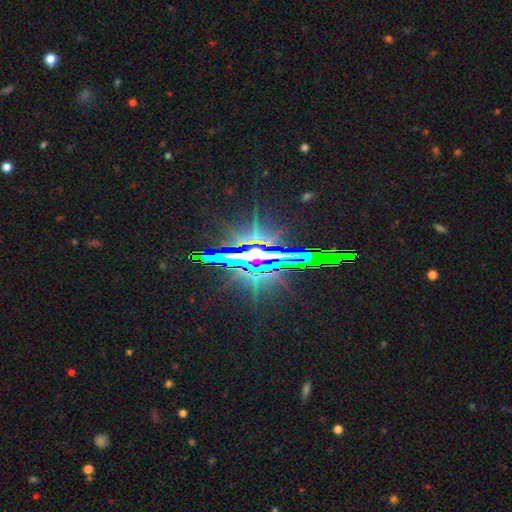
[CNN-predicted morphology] star or artifact 80%, featured or disk 13%, smooth 7%.